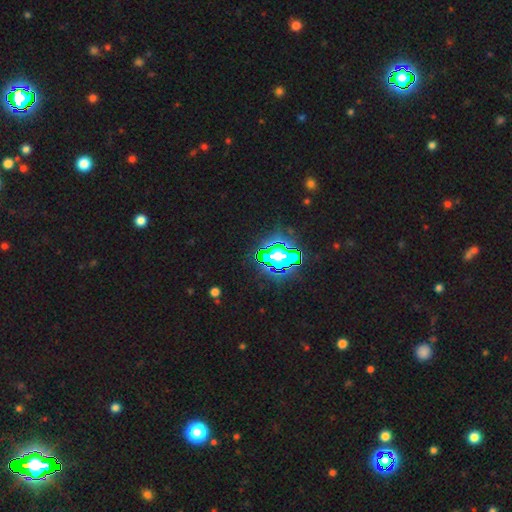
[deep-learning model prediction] A star or artifact, not a galaxy (84%).